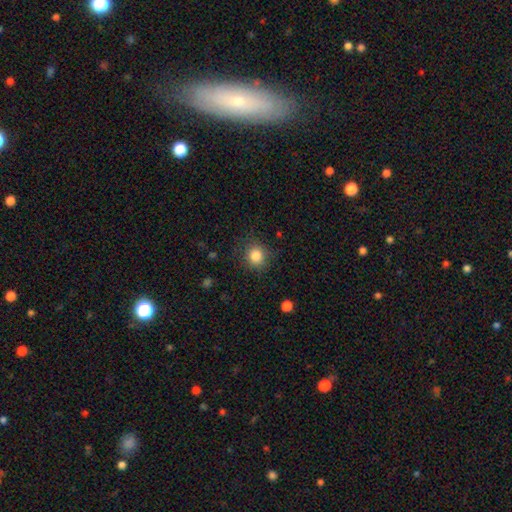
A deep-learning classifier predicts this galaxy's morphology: type=smooth (84%); roundness=round (87%); merging=none (85%).